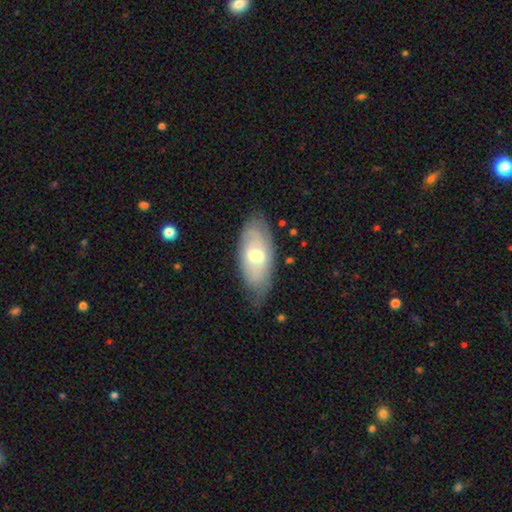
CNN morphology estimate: Smooth or featured? Predicted: featured or disk (p=0.51). Edge-on disk? Predicted: no (p=0.85). Merging? Predicted: none (p=0.68).